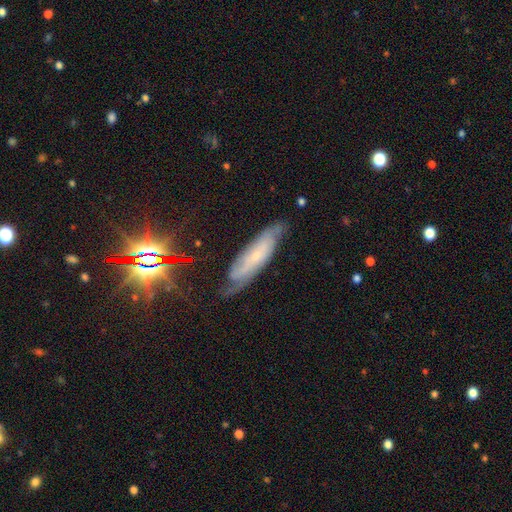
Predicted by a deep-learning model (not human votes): smooth-or-featured: featured or disk: 65% | smooth: 22% | star or artifact: 13%
  disk-edge-on: no: 72% | yes: 28%
  merging: none: 69% | minor disturbance: 22% | major disturbance: 7% | merger: 2%